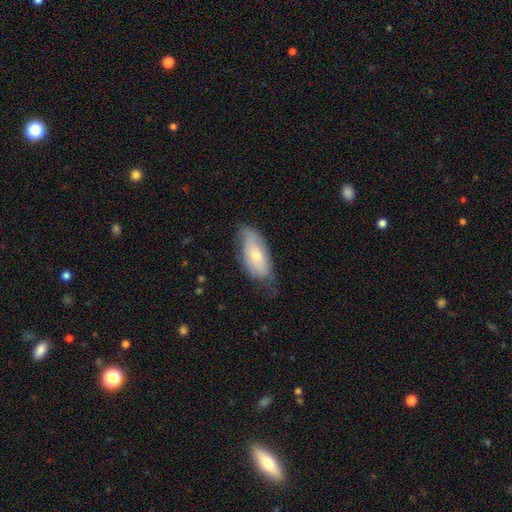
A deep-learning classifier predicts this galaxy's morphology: Smooth or featured?
  - smooth: 63% *
  - featured or disk: 31%
  - star or artifact: 6%
How rounded?
  - in between: 86% *
  - cigar-shaped: 11%
  - round: 2%
Merging?
  - none: 55% *
  - minor disturbance: 34%
  - major disturbance: 10%
  - merger: 2%